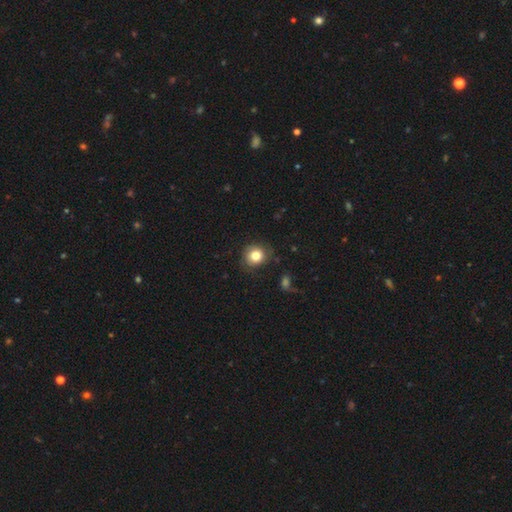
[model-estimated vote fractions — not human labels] smooth_or_featured: smooth (p=0.80) [alt: featured or disk p=0.10]
how_rounded: round (p=0.83) [alt: in between p=0.16]
merging: none (p=0.79) [alt: minor disturbance p=0.15]